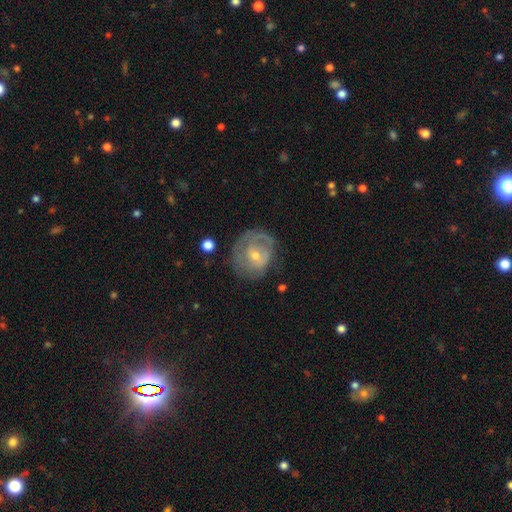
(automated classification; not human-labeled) This is likely a featured or disk galaxy (67%). It is clearly not viewed edge-on (96%). Bar: possibly no (52%). Spiral arm pattern: likely yes (68%). Central bulge: possibly small (53%). Merging: likely none (61%).